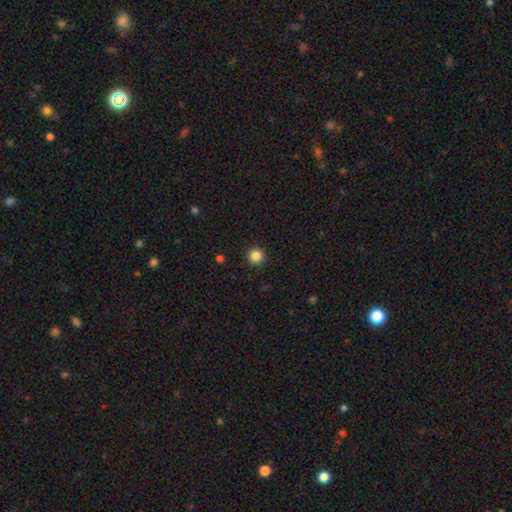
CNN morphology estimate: A smooth galaxy with no disk features (86%) that is round (96%).

Vote fractions:
- Smooth or featured? smooth: 86% / star or artifact: 11% / featured or disk: 3%
- How rounded? round: 96% / in between: 3% / cigar-shaped: 1%
- Merging? none: 93% / minor disturbance: 4% / major disturbance: 2% / merger: 1%